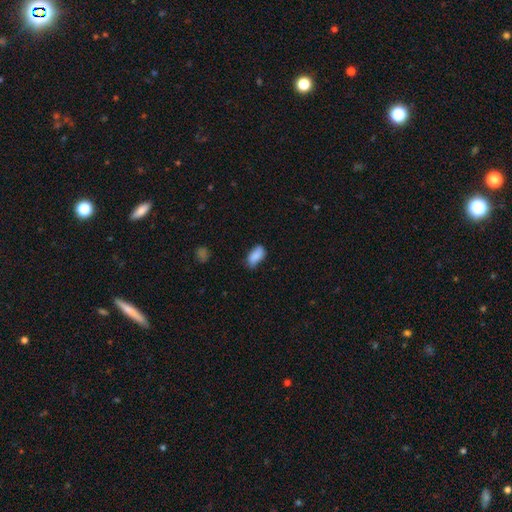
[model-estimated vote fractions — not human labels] Smooth or featured?
  - smooth: 87% *
  - star or artifact: 7%
  - featured or disk: 6%
How rounded?
  - in between: 92% *
  - cigar-shaped: 5%
  - round: 3%
Merging?
  - none: 68% *
  - minor disturbance: 26%
  - major disturbance: 4%
  - merger: 2%